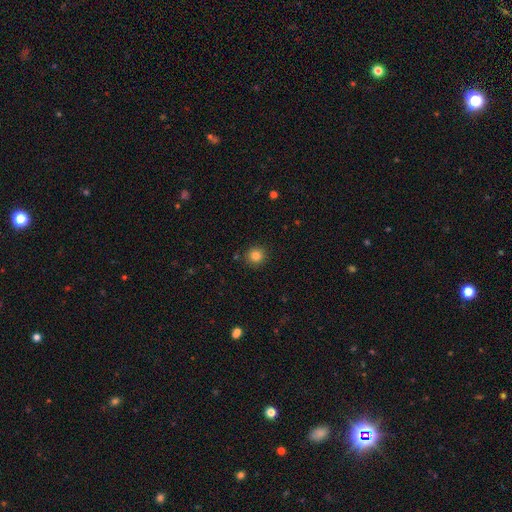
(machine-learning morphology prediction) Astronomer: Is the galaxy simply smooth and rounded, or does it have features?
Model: smooth — 83%.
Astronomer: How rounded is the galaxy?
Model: round — 92%.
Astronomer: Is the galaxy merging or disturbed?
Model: none — 90%.